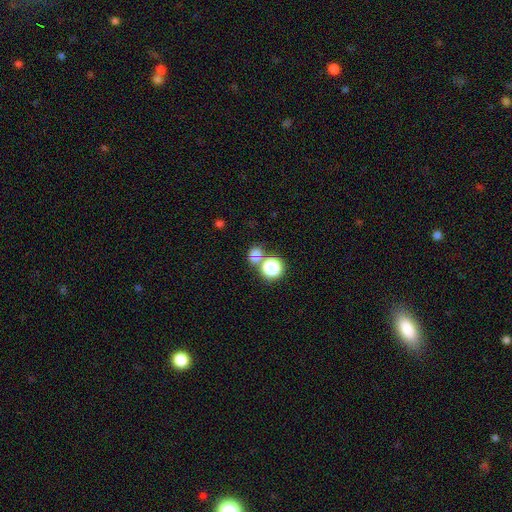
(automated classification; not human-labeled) Smooth or featured? Predicted: smooth (p=0.66). How rounded? Predicted: round (p=0.78). Merging? Predicted: none (p=0.53).